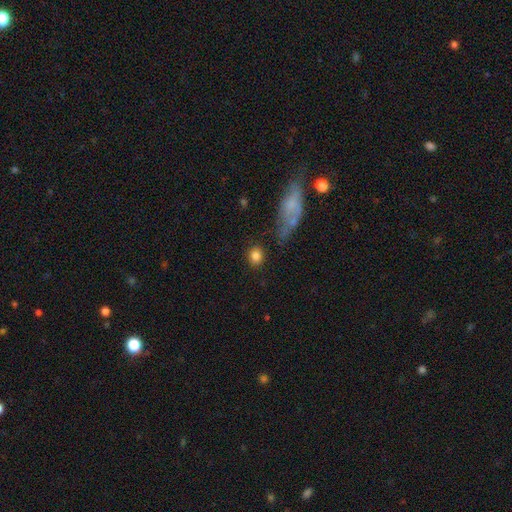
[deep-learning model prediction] Smooth or featured: smooth — 83% (star or artifact — 10%)
How rounded: round — 67% (in between — 31%)
Merging: none — 83% (minor disturbance — 9%)